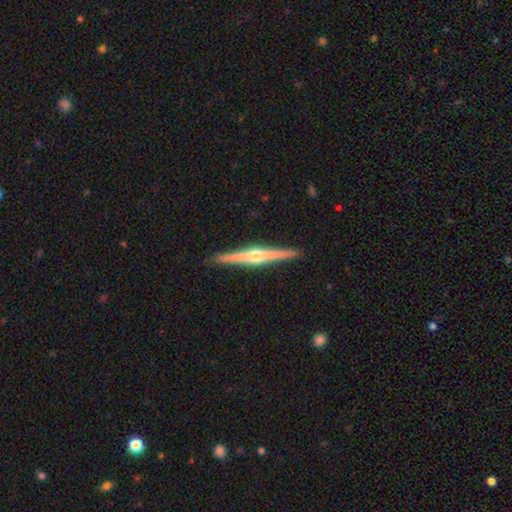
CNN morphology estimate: Smooth or featured? featured or disk (84%)
Edge-on disk? yes (99%)
Edge-on bulge? rounded (94%)
Merging? none (93%)